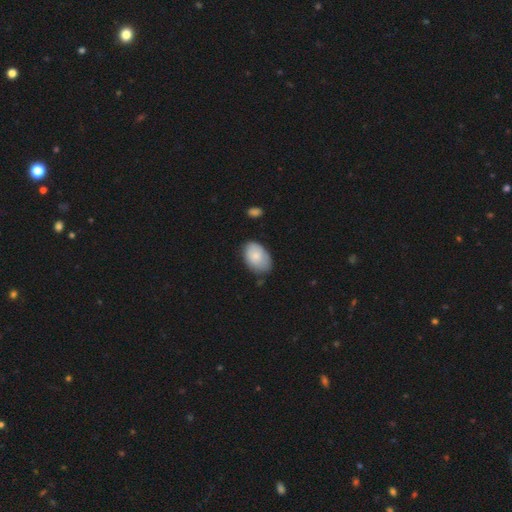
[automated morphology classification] A smooth galaxy with no disk features (80%) that is in between round and cigar-shaped (89%).

Vote fractions:
- Smooth or featured? smooth: 80% / featured or disk: 14% / star or artifact: 6%
- How rounded? in between: 89% / round: 9% / cigar-shaped: 1%
- Merging? none: 70% / minor disturbance: 23% / major disturbance: 4% / merger: 2%